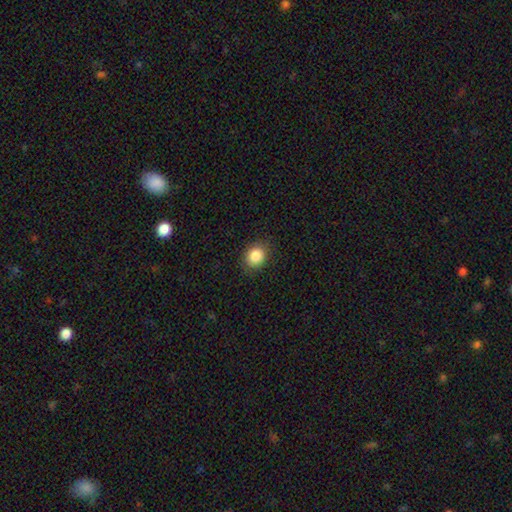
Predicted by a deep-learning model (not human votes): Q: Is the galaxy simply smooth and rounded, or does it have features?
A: smooth — 86%.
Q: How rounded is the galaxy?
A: round — 63%.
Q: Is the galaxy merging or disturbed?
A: none — 87%.